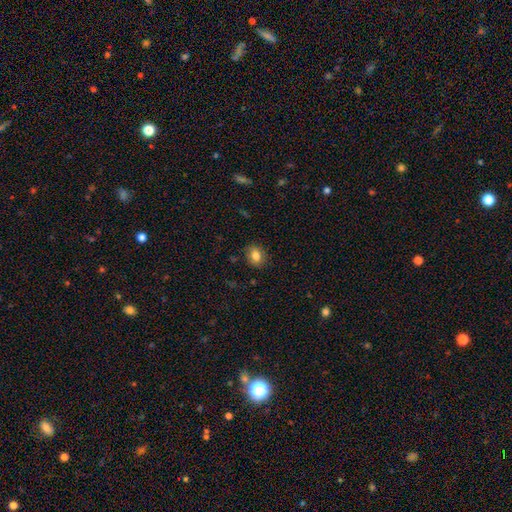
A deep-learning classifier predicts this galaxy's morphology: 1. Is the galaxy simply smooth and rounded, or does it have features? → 82% smooth, 10% star or artifact, 9% featured or disk.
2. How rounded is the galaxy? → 53% in between, 46% round, 1% cigar-shaped.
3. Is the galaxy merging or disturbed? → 85% none, 11% minor disturbance, 3% major disturbance, 1% merger.